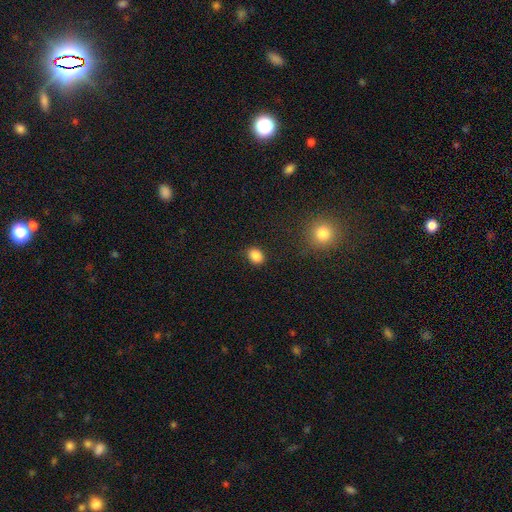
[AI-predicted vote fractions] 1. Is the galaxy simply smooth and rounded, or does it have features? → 86% smooth, 10% star or artifact, 4% featured or disk.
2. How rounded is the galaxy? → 57% in between, 42% round, 1% cigar-shaped.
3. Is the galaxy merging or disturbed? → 86% none, 10% minor disturbance, 3% major disturbance, 1% merger.